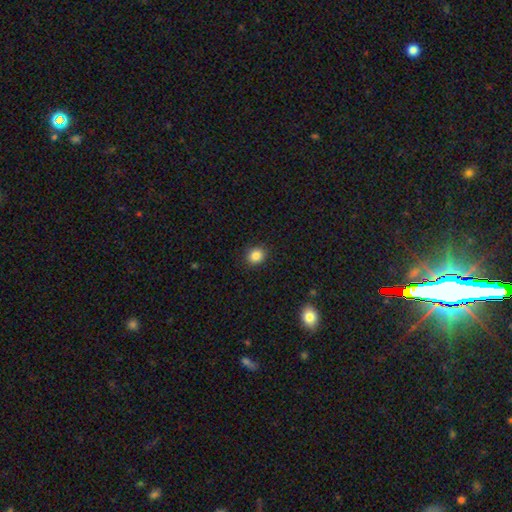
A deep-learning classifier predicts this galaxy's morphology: A smooth galaxy with no disk features (86%) that is round (63%).

Vote fractions:
- Smooth or featured? smooth: 86% / star or artifact: 10% / featured or disk: 4%
- How rounded? round: 63% / in between: 36% / cigar-shaped: 1%
- Merging? none: 90% / minor disturbance: 7% / major disturbance: 2% / merger: 1%